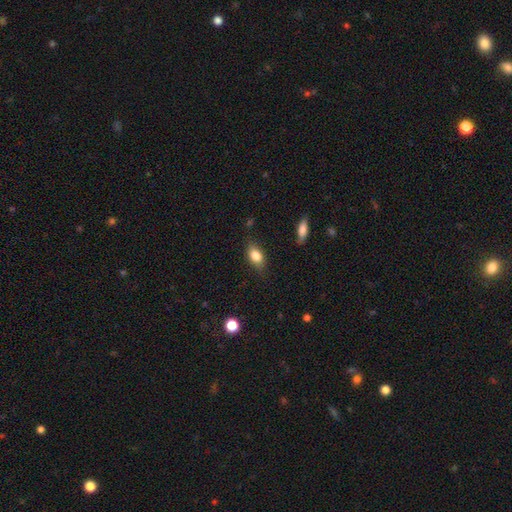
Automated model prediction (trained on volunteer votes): Smooth or featured?
  - smooth: 80% *
  - featured or disk: 12%
  - star or artifact: 8%
How rounded?
  - in between: 83% *
  - round: 11%
  - cigar-shaped: 6%
Merging?
  - none: 79% *
  - minor disturbance: 16%
  - major disturbance: 3%
  - merger: 2%